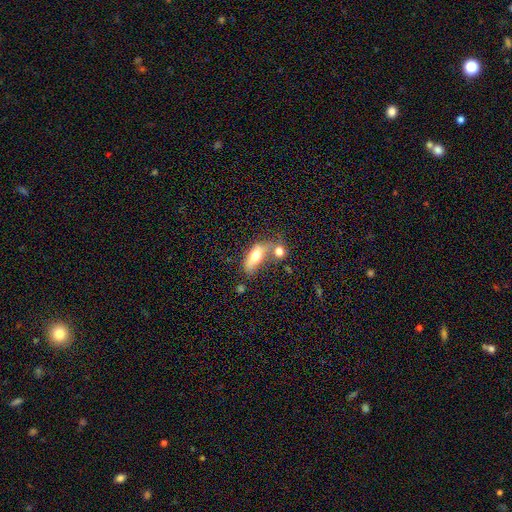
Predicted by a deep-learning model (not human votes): A smooth galaxy with no disk features (66%) that is in between round and cigar-shaped (73%). Merging: merger (49%).